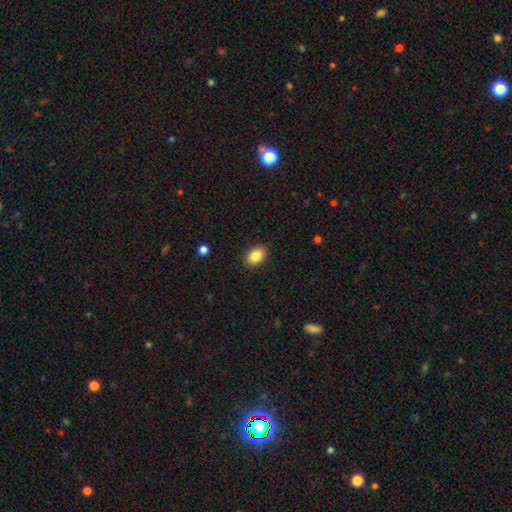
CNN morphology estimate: Q: Smooth or featured?
A: smooth (86%); runner-up: star or artifact (8%)
Q: How rounded?
A: in between (82%); runner-up: round (17%)
Q: Merging?
A: none (89%); runner-up: minor disturbance (8%)